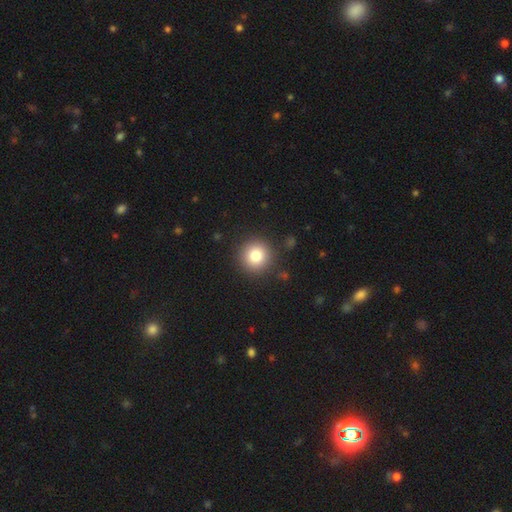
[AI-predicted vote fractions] A smooth galaxy with no disk features (82%) that is round (95%).

Vote fractions:
- Smooth or featured? smooth: 82% / star or artifact: 11% / featured or disk: 8%
- How rounded? round: 95% / in between: 4% / cigar-shaped: 1%
- Merging? none: 89% / minor disturbance: 7% / major disturbance: 3% / merger: 2%